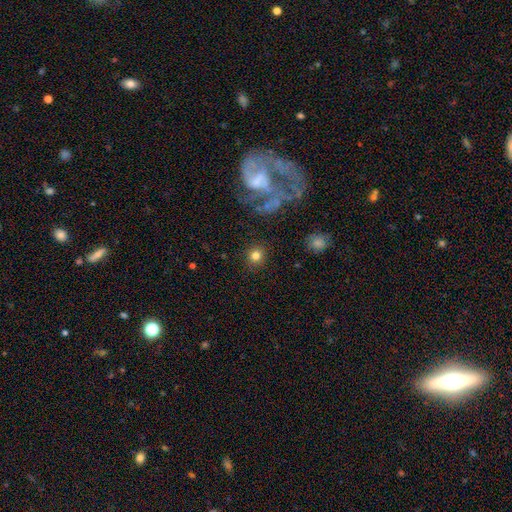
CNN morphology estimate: A smooth galaxy with no disk features (79%) that is round (89%).

Vote fractions:
- Smooth or featured? smooth: 79% / star or artifact: 11% / featured or disk: 10%
- How rounded? round: 89% / in between: 10% / cigar-shaped: 1%
- Merging? none: 87% / minor disturbance: 7% / major disturbance: 4% / merger: 2%